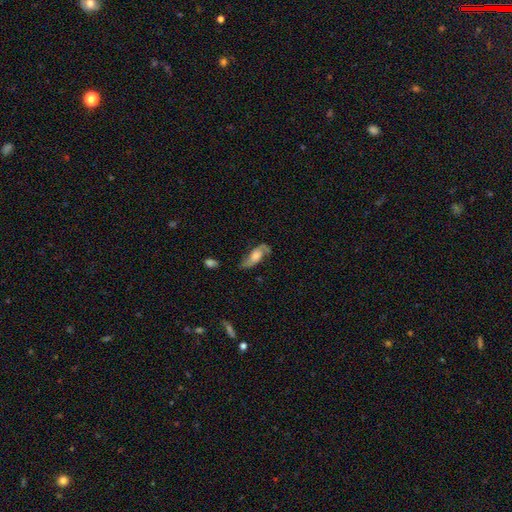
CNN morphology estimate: Q: Smooth or featured?
A: featured or disk (63%); runner-up: smooth (30%)
Q: Edge-on disk?
A: no (86%); runner-up: yes (14%)
Q: Bar?
A: no (67%); runner-up: weak (27%)
Q: Spiral arms?
A: yes (87%); runner-up: no (13%)
Q: Bulge size?
A: moderate (38%); runner-up: large (33%)
Q: Merging?
A: none (59%); runner-up: minor disturbance (23%)